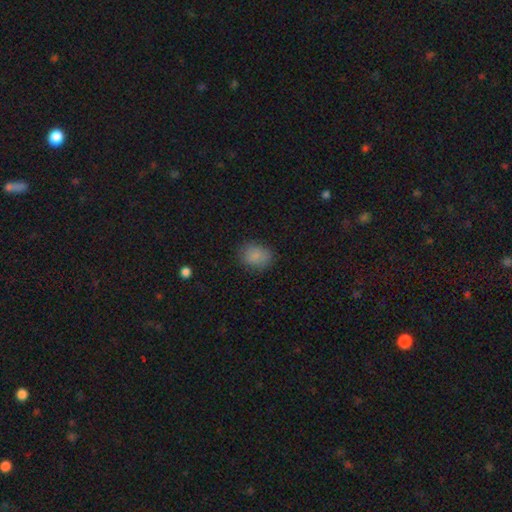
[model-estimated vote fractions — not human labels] smooth_or_featured: smooth (p=0.85) [alt: star or artifact p=0.10]
how_rounded: in between (p=0.56) [alt: round p=0.43]
merging: none (p=0.81) [alt: minor disturbance p=0.14]